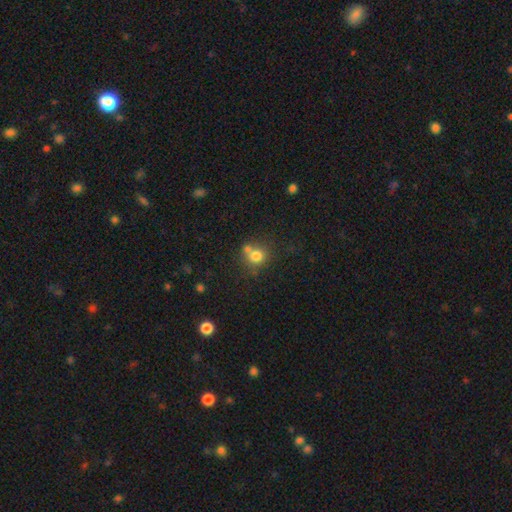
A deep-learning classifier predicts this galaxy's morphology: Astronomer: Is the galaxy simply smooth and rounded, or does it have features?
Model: smooth — 76%.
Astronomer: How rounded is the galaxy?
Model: round — 82%.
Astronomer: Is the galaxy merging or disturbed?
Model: none — 49% (runner-up: merger, 34%).